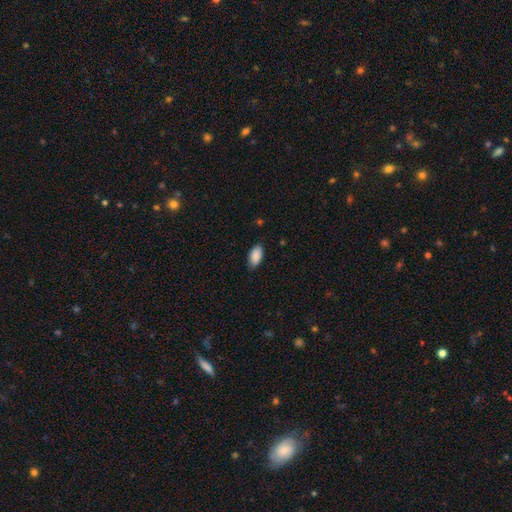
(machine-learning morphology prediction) This appears to be a smooth galaxy with no disk features (90%) that is in between round and cigar-shaped (94%). Merging: none (84%).